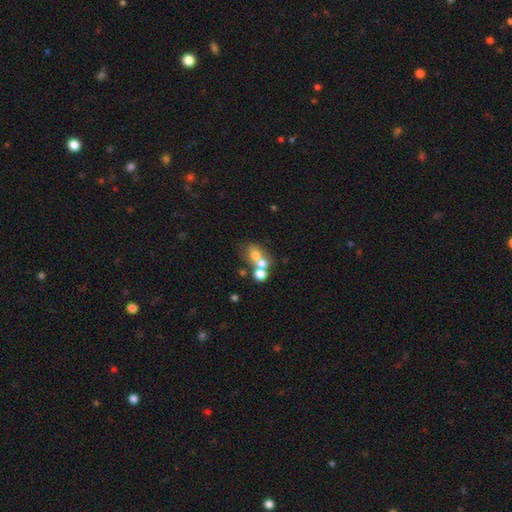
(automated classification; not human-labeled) Morphology: type=smooth (60%); roundness=round (52%); merging=merger (55%).